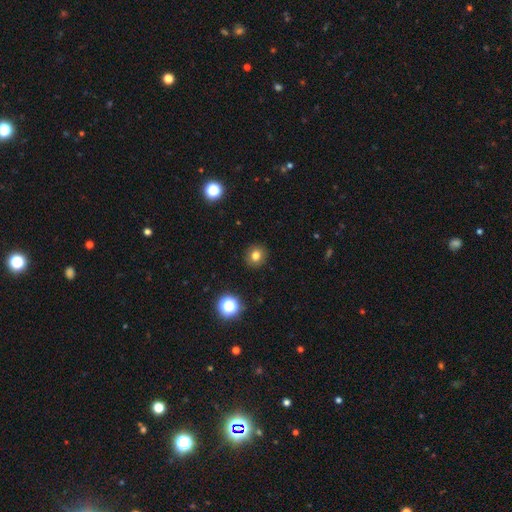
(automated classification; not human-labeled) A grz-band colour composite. It shows a smooth galaxy with no disk features (78%) that is round (87%). Merging: none (91%).